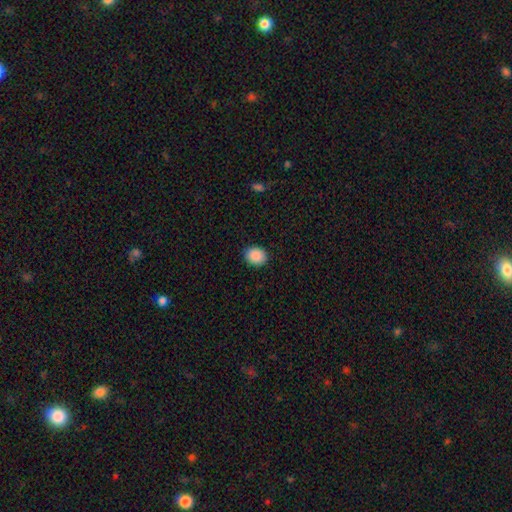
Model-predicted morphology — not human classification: The model was most divided on "how rounded": round: 55%, in between: 44%, cigar-shaped: 1%. More confident: merging — none (90%); smooth or featured — smooth (90%).